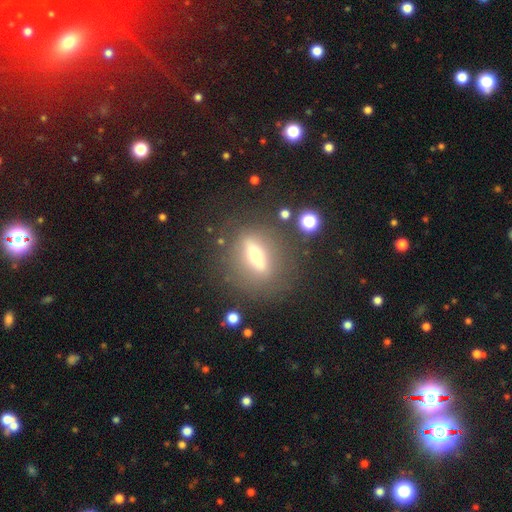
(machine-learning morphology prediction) Smooth or featured? featured or disk (53%)
Edge-on disk? yes (66%)
Merging? none (76%)